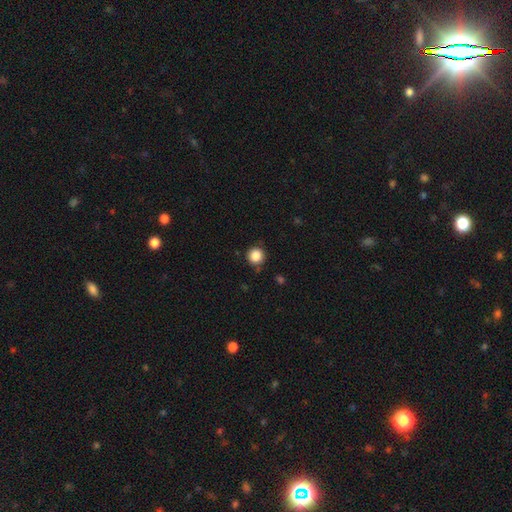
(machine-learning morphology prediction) The model was most divided on "smooth or featured": smooth: 86%, star or artifact: 11%, featured or disk: 3%. More confident: how rounded — round (95%); merging — none (88%).